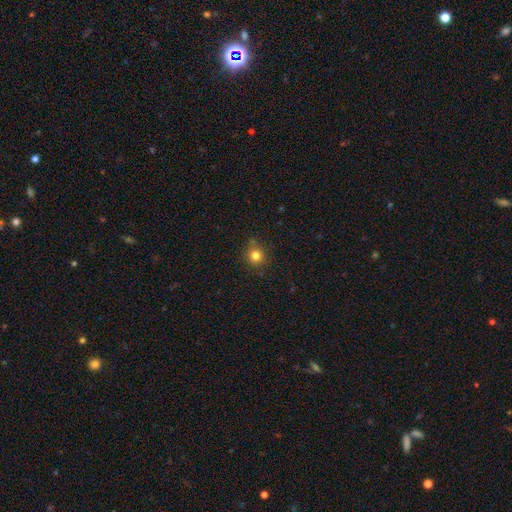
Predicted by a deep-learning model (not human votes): Overall: smooth (81%). How rounded: round (90%). Merging: none (82%).